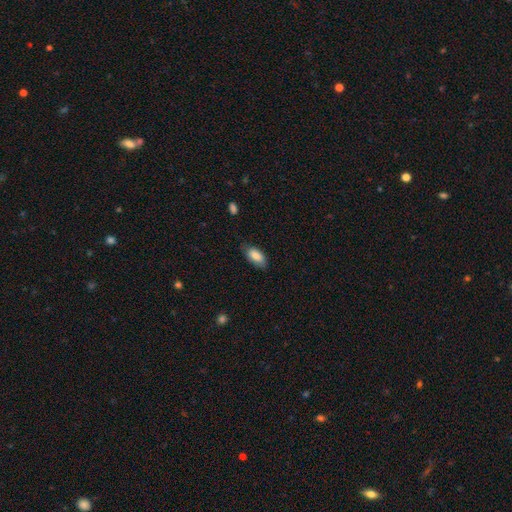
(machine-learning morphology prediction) type=smooth (84%); roundness=in between (90%); merging=none (76%).